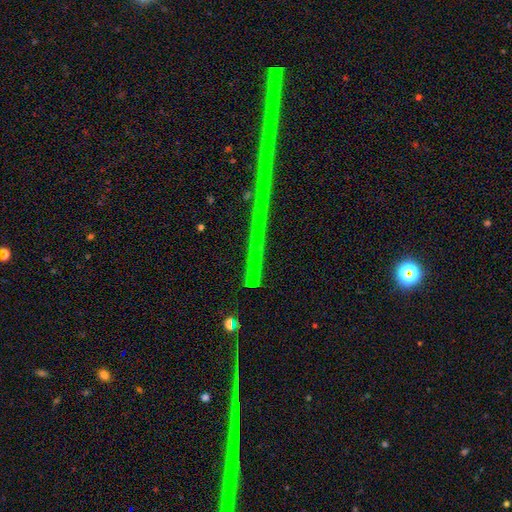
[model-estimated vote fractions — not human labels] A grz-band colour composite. It shows a star or artifact, not a galaxy (78%).